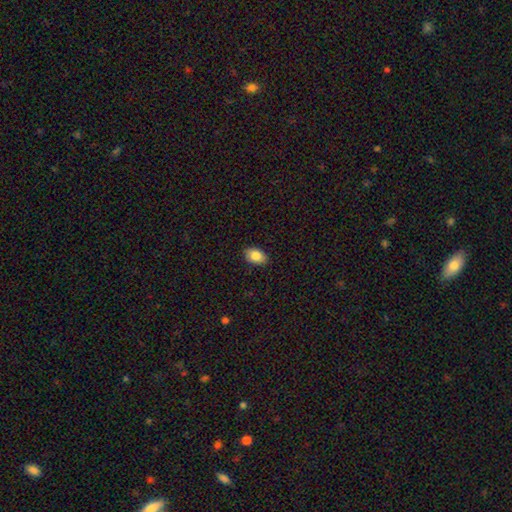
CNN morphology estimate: Overall: smooth (85%). How rounded: in between (89%). Merging: none (89%).